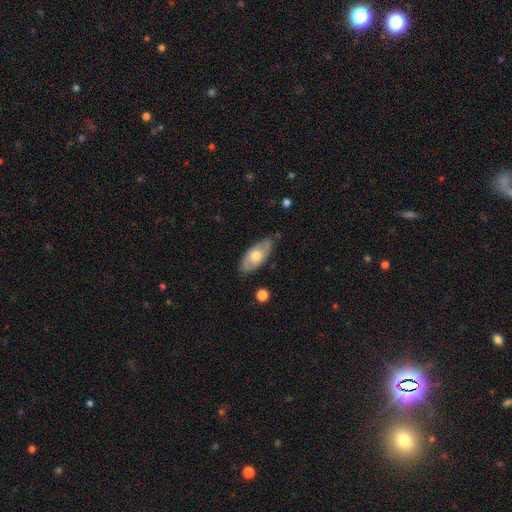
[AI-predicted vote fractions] The model was most divided on "smooth or featured": smooth: 59%, featured or disk: 36%, star or artifact: 6%. More confident: how rounded — in between (89%); merging — none (79%).